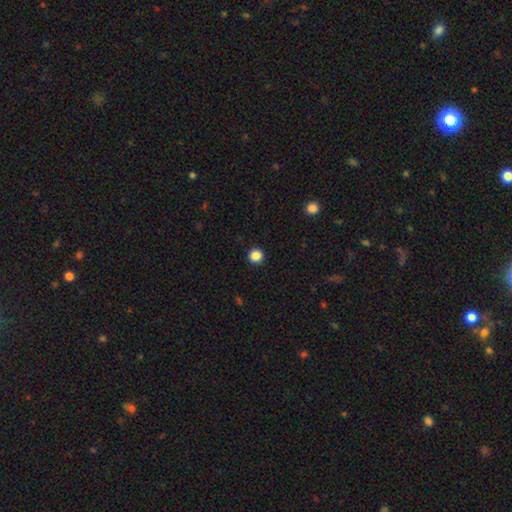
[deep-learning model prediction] smooth 87%, star or artifact 11%, featured or disk 3%. Down the decision tree: how rounded — round (92%); merging — none (93%).